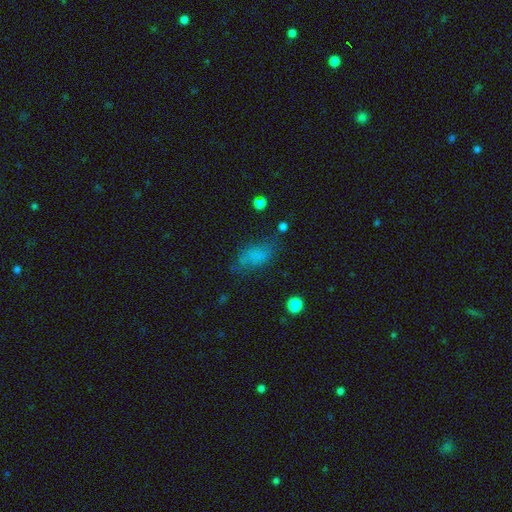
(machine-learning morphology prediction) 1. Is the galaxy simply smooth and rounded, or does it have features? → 73% smooth, 14% star or artifact, 13% featured or disk.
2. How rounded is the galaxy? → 85% in between, 9% cigar-shaped, 6% round.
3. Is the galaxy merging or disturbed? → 59% none, 24% minor disturbance, 14% major disturbance, 3% merger.